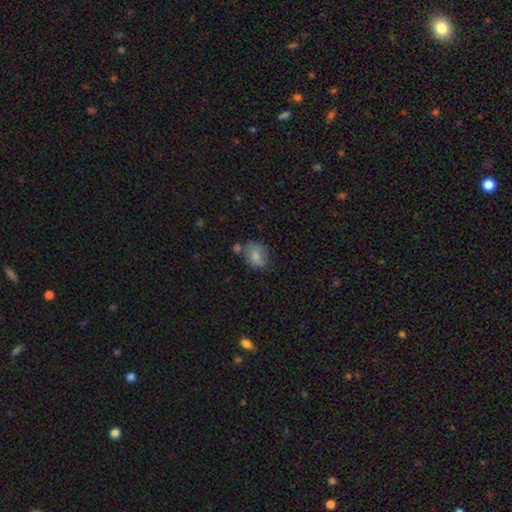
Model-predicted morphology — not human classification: A smooth galaxy with no disk features (79%) that is round (51%).

Vote fractions:
- Smooth or featured? smooth: 79% / featured or disk: 12% / star or artifact: 9%
- How rounded? round: 51% / in between: 48% / cigar-shaped: 1%
- Merging? none: 54% / minor disturbance: 27% / merger: 11% / major disturbance: 8%